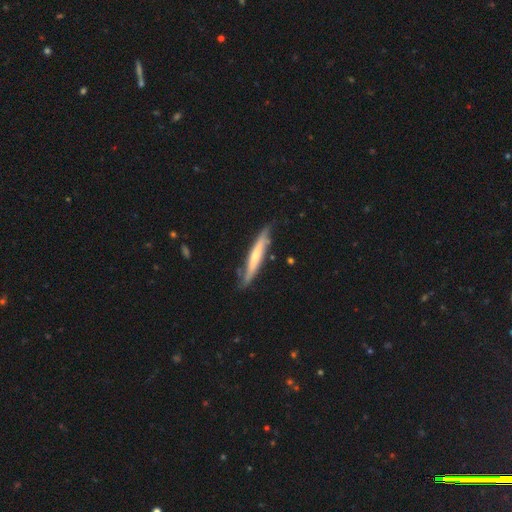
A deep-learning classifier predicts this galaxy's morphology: A featured or disk galaxy (52%) viewed edge-on (86%).

Vote fractions:
- Smooth or featured? featured or disk: 52% / smooth: 43% / star or artifact: 5%
- Edge-on disk? yes: 86% / no: 14%
- Merging? none: 73% / minor disturbance: 20% / major disturbance: 4% / merger: 3%